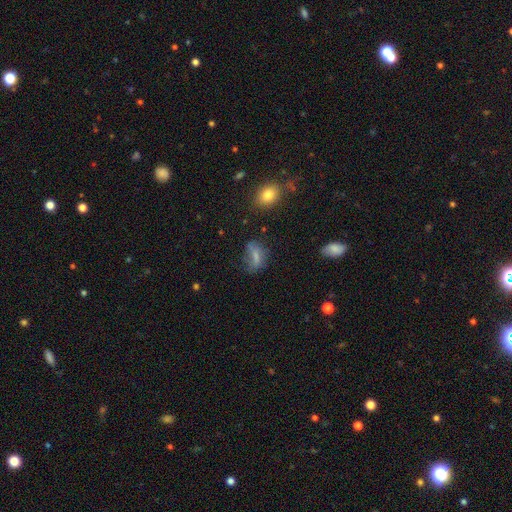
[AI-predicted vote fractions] Smooth or featured?
  - smooth: 64% *
  - featured or disk: 22%
  - star or artifact: 14%
How rounded?
  - in between: 76% *
  - round: 12%
  - cigar-shaped: 11%
Merging?
  - none: 46% *
  - minor disturbance: 27%
  - major disturbance: 23%
  - merger: 5%